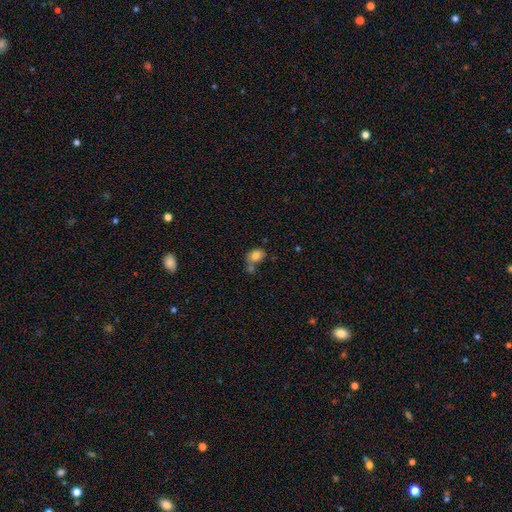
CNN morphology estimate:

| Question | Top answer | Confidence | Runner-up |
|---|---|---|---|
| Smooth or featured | smooth | 80% | featured or disk (11%) |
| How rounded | in between | 62% | round (36%) |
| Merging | none | 41% | merger (32%) |